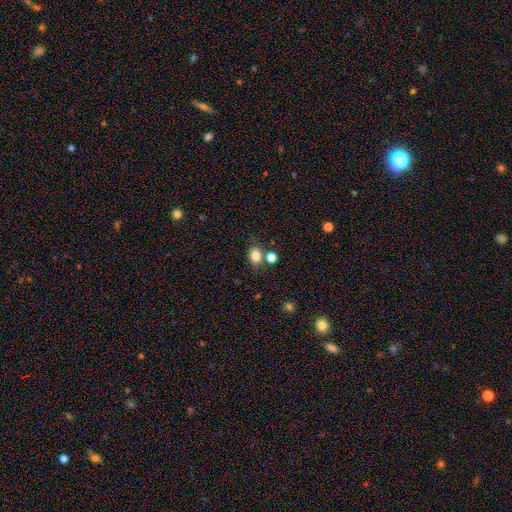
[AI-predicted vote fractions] Smooth or featured: smooth — 83% (star or artifact — 11%)
How rounded: in between — 56% (round — 43%)
Merging: none — 68% (merger — 16%)